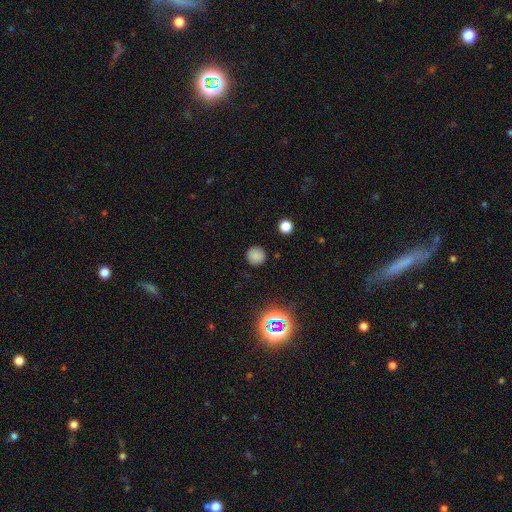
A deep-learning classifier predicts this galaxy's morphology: Smooth or featured? Predicted: smooth (p=0.78). How rounded? Predicted: round (p=0.94). Merging? Predicted: none (p=0.89).